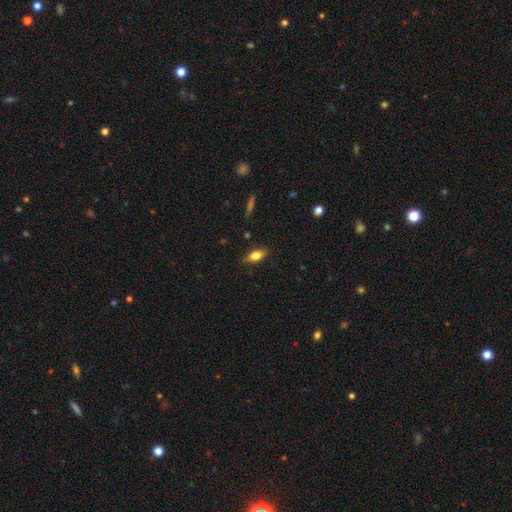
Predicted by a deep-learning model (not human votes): This is likely a smooth galaxy (75%). How rounded: clearly in between (83%). Merging: clearly none (83%).